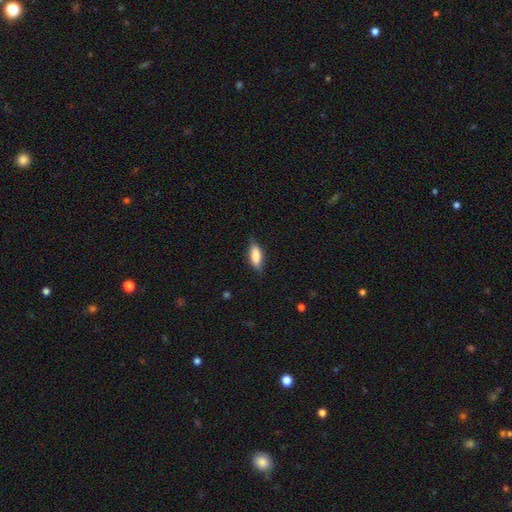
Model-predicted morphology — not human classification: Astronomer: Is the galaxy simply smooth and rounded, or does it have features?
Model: smooth — 81%.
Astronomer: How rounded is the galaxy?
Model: in between — 70%.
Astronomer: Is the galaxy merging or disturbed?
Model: none — 77%.